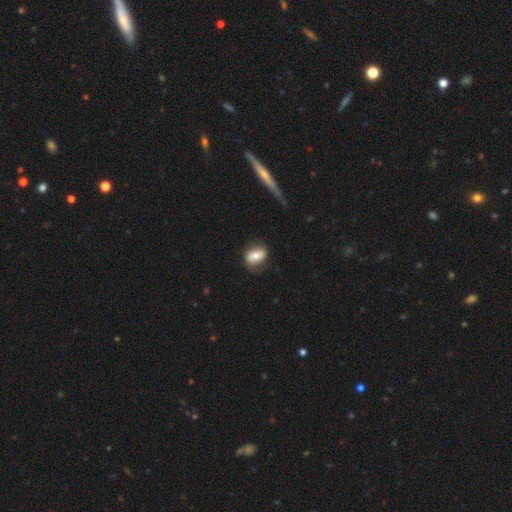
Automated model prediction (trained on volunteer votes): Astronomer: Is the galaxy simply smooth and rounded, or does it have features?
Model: smooth — 56% (runner-up: featured or disk, 36%).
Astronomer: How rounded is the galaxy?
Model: in between — 74%.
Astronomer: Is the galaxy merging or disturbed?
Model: none — 70%.